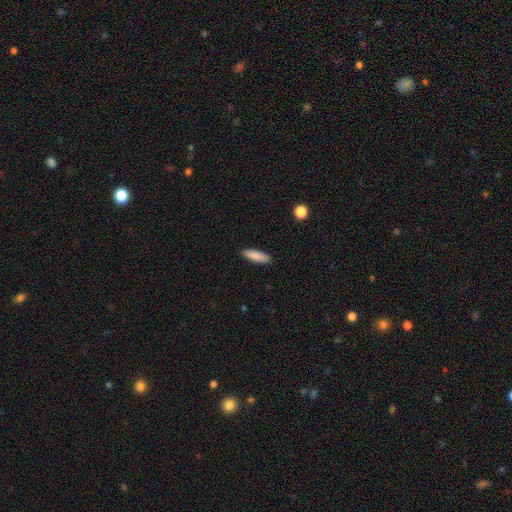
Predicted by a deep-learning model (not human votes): The model was most divided on "how rounded": cigar-shaped: 58%, in between: 41%, round: 2%. More confident: merging — none (90%); smooth or featured — smooth (87%).